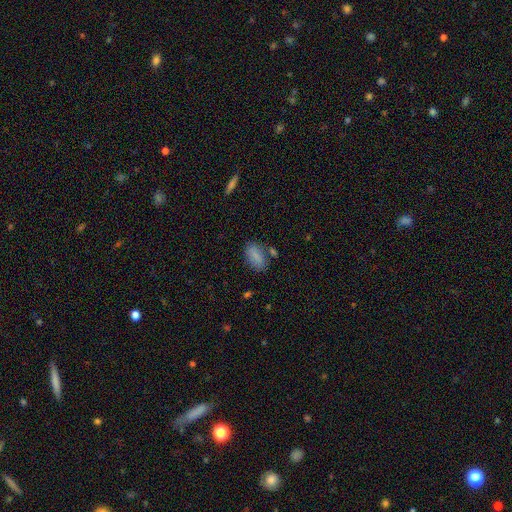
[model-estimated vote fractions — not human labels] Overall: smooth (83%). How rounded: in between (89%). Merging: none (68%).